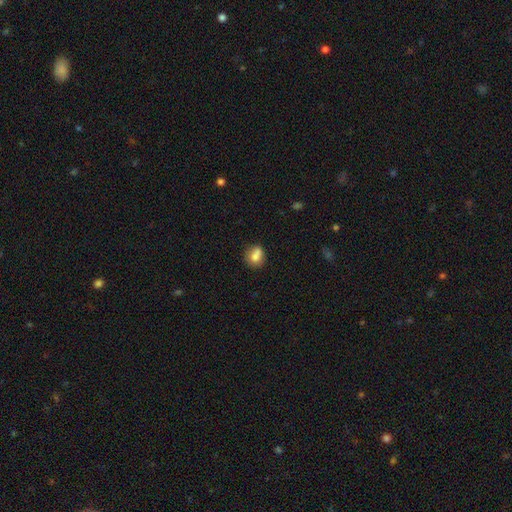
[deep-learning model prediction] The model was most divided on "how rounded": round: 58%, in between: 40%, cigar-shaped: 2%. More confident: smooth or featured — smooth (78%); merging — none (58%).